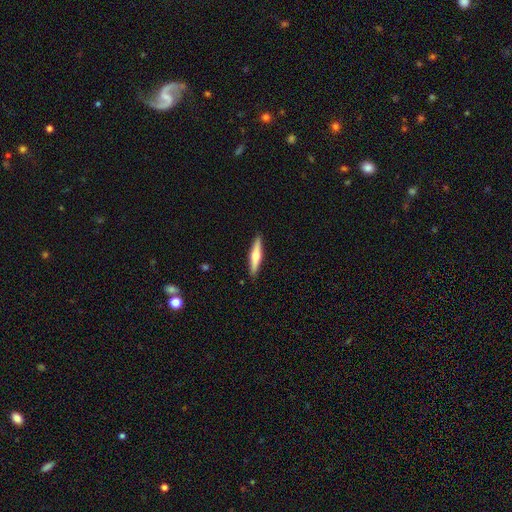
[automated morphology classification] smooth-or-featured: featured or disk: 50% | smooth: 44% | star or artifact: 5%
  disk-edge-on: yes: 96% | no: 4%
  merging: none: 91% | minor disturbance: 7% | major disturbance: 1% | merger: 1%